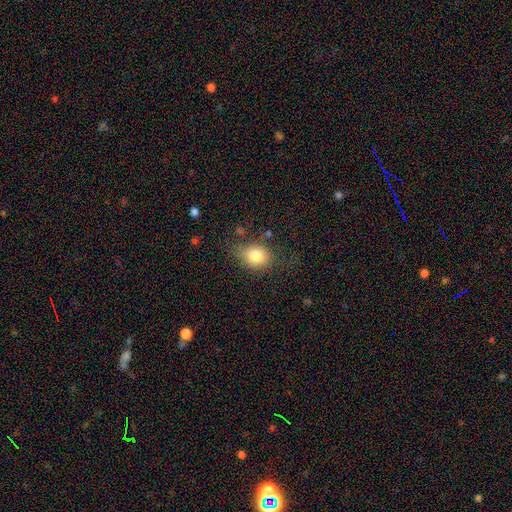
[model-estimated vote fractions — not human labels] Smooth or featured? Predicted: smooth (p=0.81). How rounded? Predicted: in between (p=0.58). Merging? Predicted: none (p=0.63).